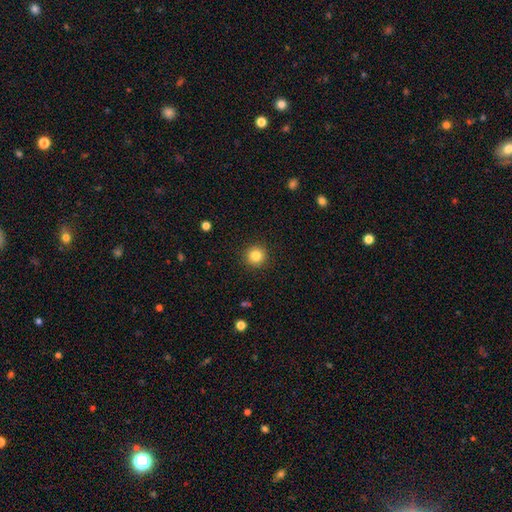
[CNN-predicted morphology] Smooth or featured? Predicted: smooth (p=0.84). How rounded? Predicted: round (p=0.95). Merging? Predicted: none (p=0.92).